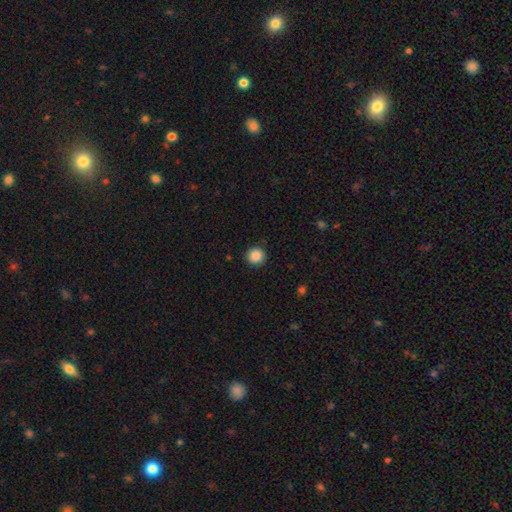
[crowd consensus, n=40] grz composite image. It shows a smooth galaxy with no disk features (90%) that is round (89%). Merging: none (86%).